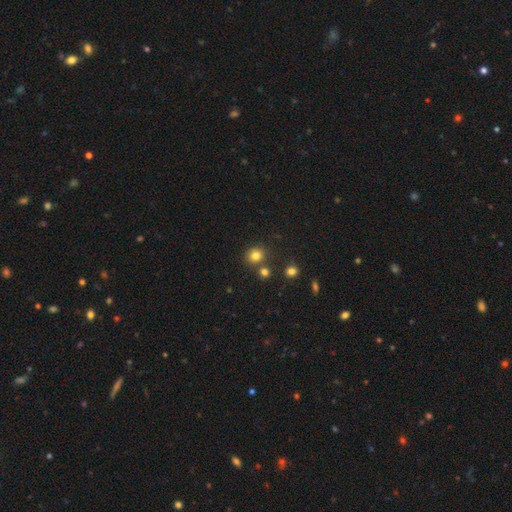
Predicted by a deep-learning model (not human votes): Smooth or featured: smooth — 80% (star or artifact — 14%)
How rounded: round — 83% (in between — 16%)
Merging: none — 76% (merger — 12%)